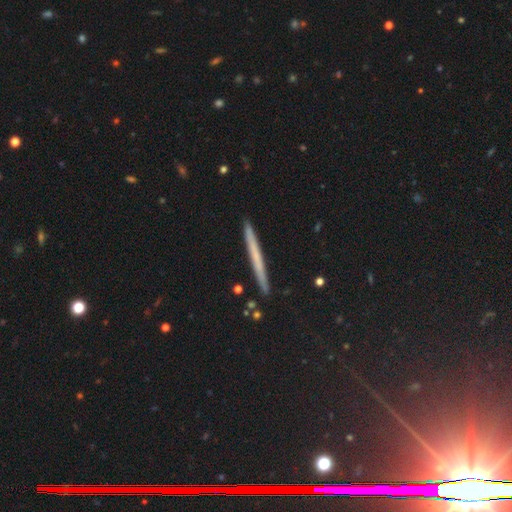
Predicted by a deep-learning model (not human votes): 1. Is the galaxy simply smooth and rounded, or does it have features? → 46% featured or disk, 43% smooth, 11% star or artifact.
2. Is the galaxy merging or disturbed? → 91% none, 7% minor disturbance, 1% merger, 1% major disturbance.